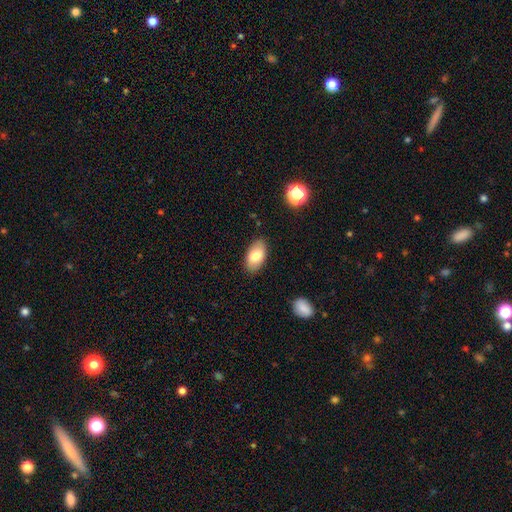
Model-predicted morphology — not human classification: type=smooth (80%); roundness=in between (94%); merging=none (84%).